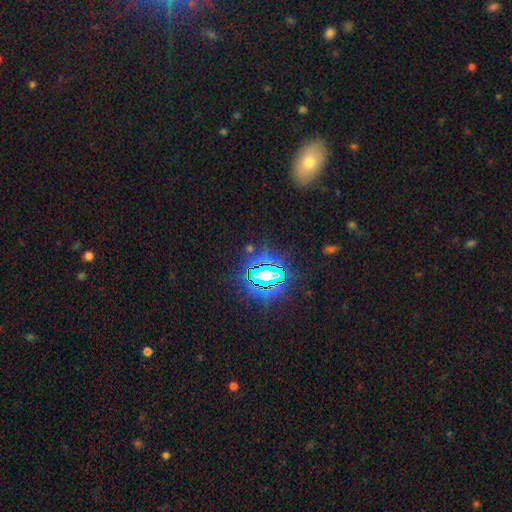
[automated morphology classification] Smooth or featured? star or artifact (75%)